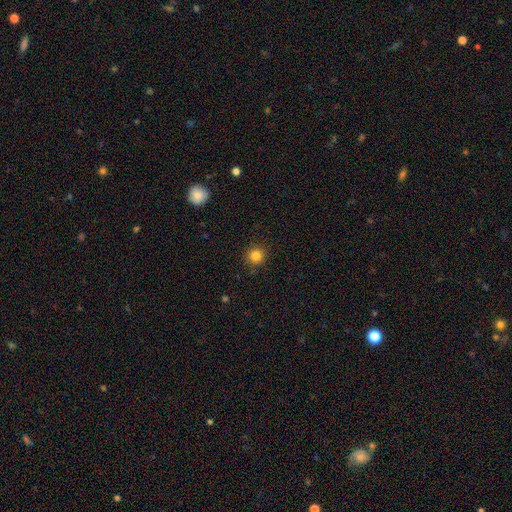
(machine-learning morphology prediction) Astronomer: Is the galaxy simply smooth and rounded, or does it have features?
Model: smooth — 83%.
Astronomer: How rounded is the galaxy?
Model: round — 94%.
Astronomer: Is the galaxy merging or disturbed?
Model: none — 90%.